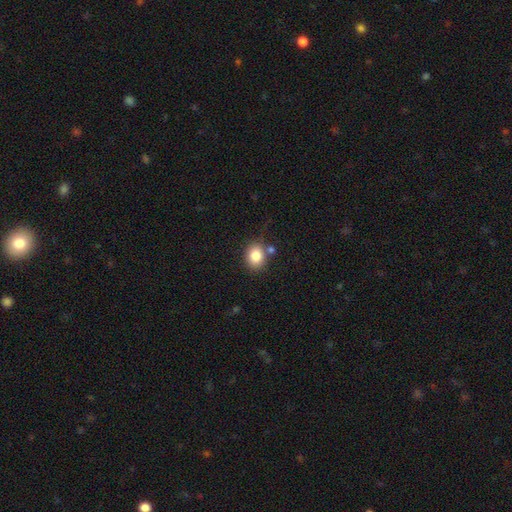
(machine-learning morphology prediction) Smooth or featured?
  - smooth: 84% *
  - star or artifact: 9%
  - featured or disk: 7%
How rounded?
  - round: 55% *
  - in between: 44%
  - cigar-shaped: 1%
Merging?
  - none: 71% *
  - minor disturbance: 13%
  - merger: 11%
  - major disturbance: 4%